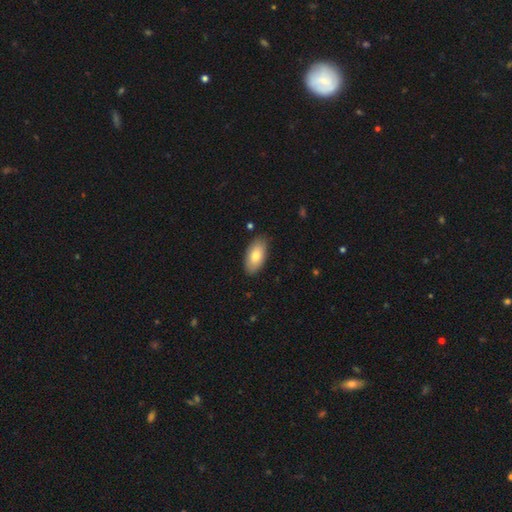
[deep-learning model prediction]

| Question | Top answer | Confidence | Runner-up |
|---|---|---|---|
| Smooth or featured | smooth | 78% | featured or disk (16%) |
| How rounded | in between | 94% | cigar-shaped (4%) |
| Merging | none | 86% | minor disturbance (11%) |